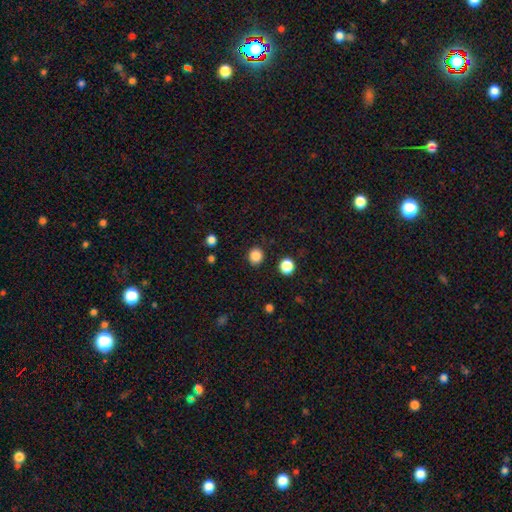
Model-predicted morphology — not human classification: This is clearly a smooth galaxy (86%). How rounded: clearly round (86%). Merging: clearly none (90%).